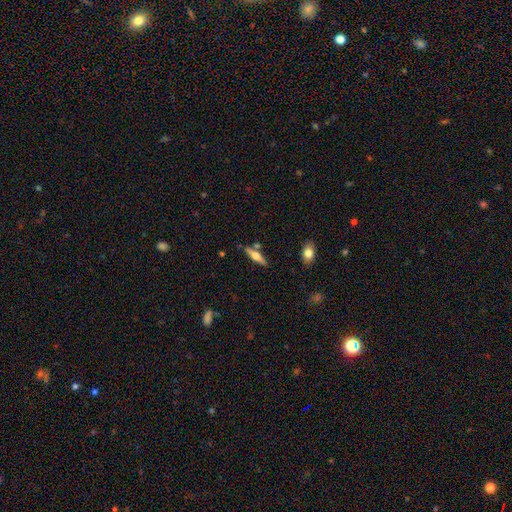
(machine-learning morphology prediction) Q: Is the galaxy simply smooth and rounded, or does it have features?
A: featured or disk — 59%.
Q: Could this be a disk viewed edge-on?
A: yes — 95%.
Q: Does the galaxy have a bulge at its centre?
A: rounded — 92%.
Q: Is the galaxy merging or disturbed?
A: none — 77%.